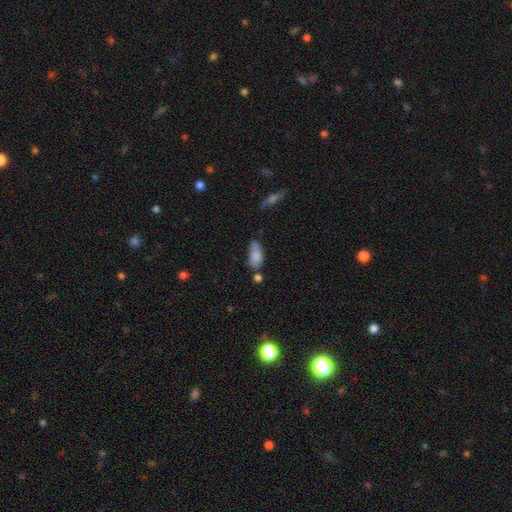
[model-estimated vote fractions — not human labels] smooth 82%, featured or disk 11%, star or artifact 7%. Down the decision tree: how rounded — in between (86%); merging — none (47%).